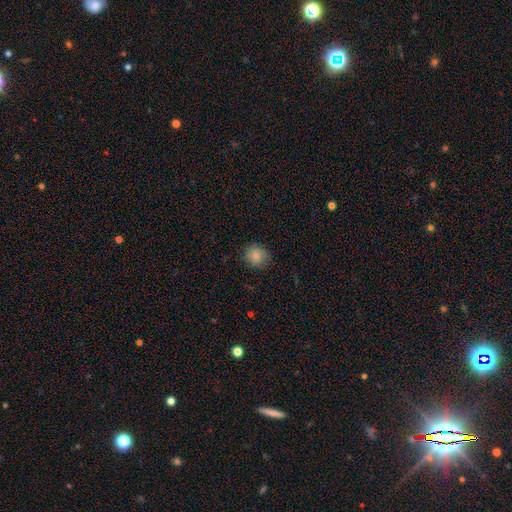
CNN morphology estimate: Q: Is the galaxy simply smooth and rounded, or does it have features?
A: smooth — 84%.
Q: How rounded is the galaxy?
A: round — 83%.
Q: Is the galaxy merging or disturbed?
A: none — 81%.